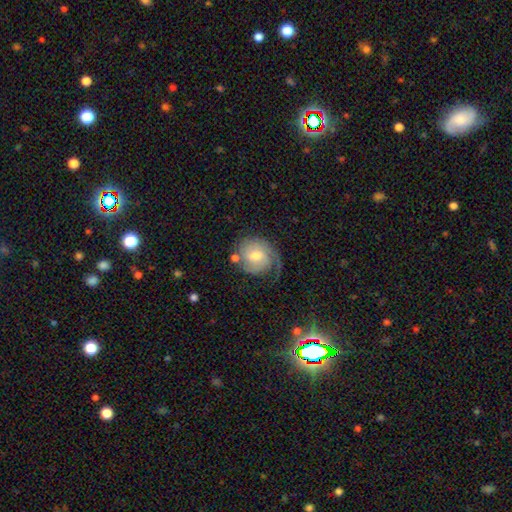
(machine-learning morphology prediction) featured or disk 70%, smooth 23%, star or artifact 6%. Down the decision tree: edge-on disk — no (97%); bar — no (49%); spiral arms — yes (92%); spiral arm count — 1 (41%); spiral winding — tight (45%); bulge size — moderate (61%); merging — none (52%).